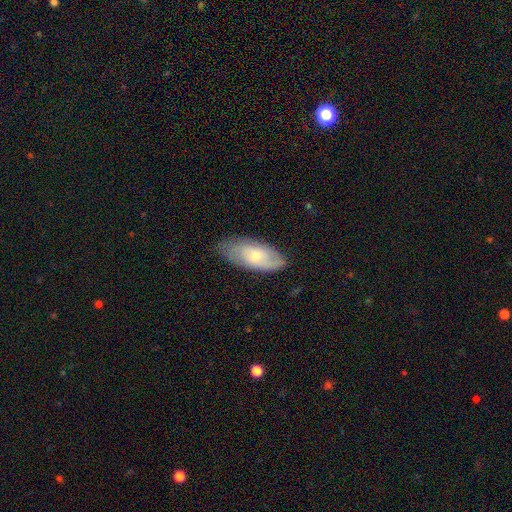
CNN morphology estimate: Smooth or featured? Predicted: featured or disk (p=0.48). Merging? Predicted: none (p=0.72).